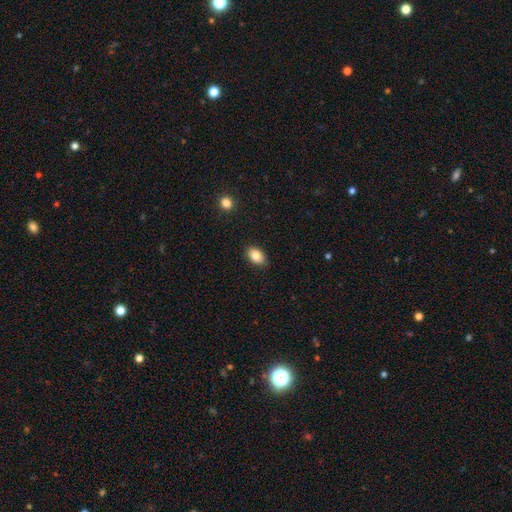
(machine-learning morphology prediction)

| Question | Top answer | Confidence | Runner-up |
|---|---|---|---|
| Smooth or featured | smooth | 84% | star or artifact (8%) |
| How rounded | in between | 88% | round (11%) |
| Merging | none | 87% | minor disturbance (10%) |